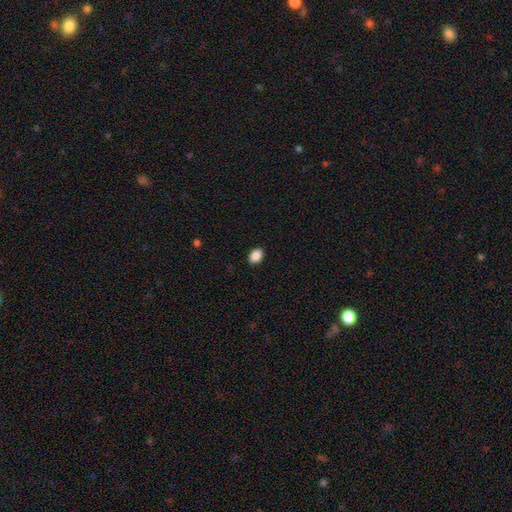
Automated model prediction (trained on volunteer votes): smooth-or-featured: smooth: 89% | star or artifact: 8% | featured or disk: 3%
  how-rounded: in between: 78% | round: 21% | cigar-shaped: 1%
  merging: none: 91% | minor disturbance: 7% | major disturbance: 2% | merger: 1%